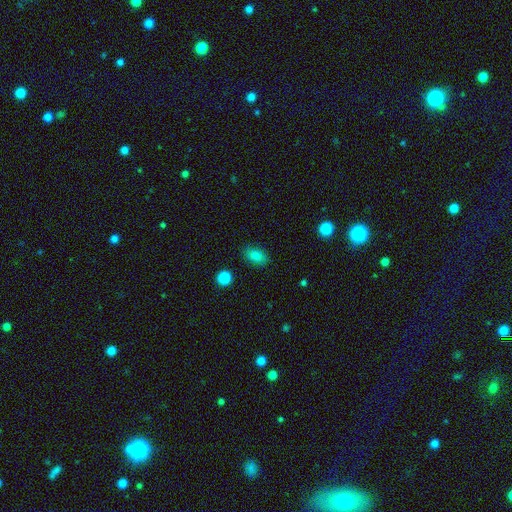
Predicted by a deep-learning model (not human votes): This is clearly a smooth galaxy (84%). How rounded: clearly in between (85%). Merging: clearly none (85%).